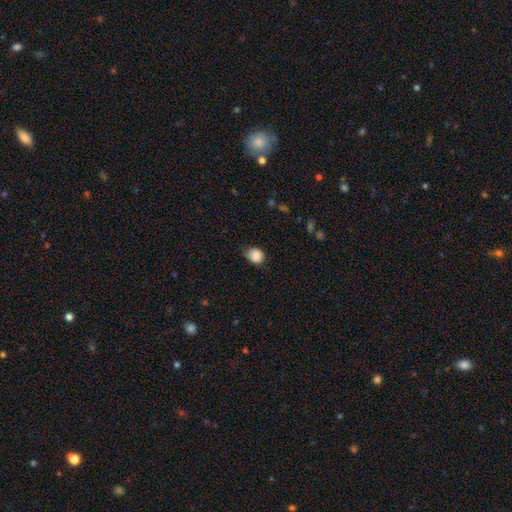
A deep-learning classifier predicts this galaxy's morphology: smooth-or-featured: smooth: 87% | star or artifact: 9% | featured or disk: 4%
  how-rounded: round: 60% | in between: 39% | cigar-shaped: 1%
  merging: none: 64% | minor disturbance: 30% | major disturbance: 5% | merger: 1%